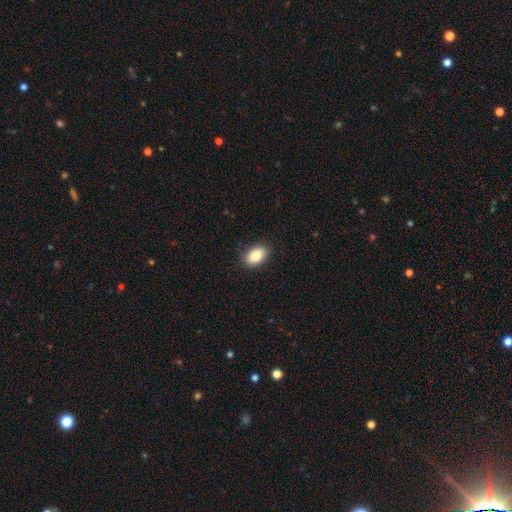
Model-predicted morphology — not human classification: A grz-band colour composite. It shows a smooth galaxy with no disk features (86%) that is in between round and cigar-shaped (89%). Merging: none (88%).